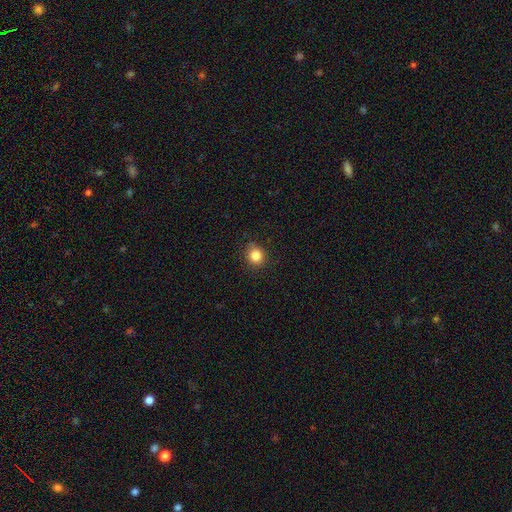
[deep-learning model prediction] This is clearly a smooth galaxy (84%). How rounded: clearly round (88%). Merging: clearly none (88%).